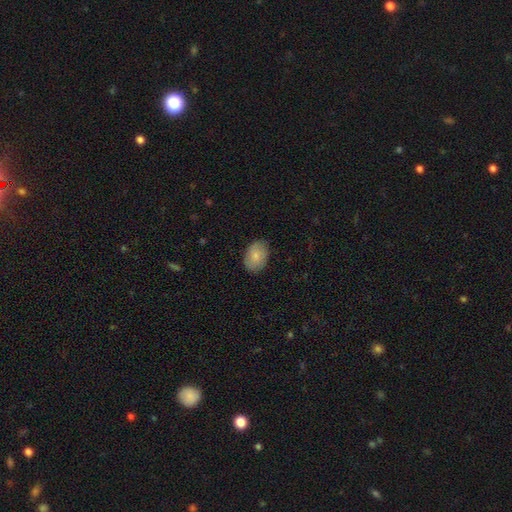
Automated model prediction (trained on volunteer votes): Smooth or featured?
  - smooth: 80% *
  - featured or disk: 13%
  - star or artifact: 7%
How rounded?
  - in between: 77% *
  - round: 21%
  - cigar-shaped: 1%
Merging?
  - none: 83% *
  - minor disturbance: 13%
  - major disturbance: 3%
  - merger: 1%